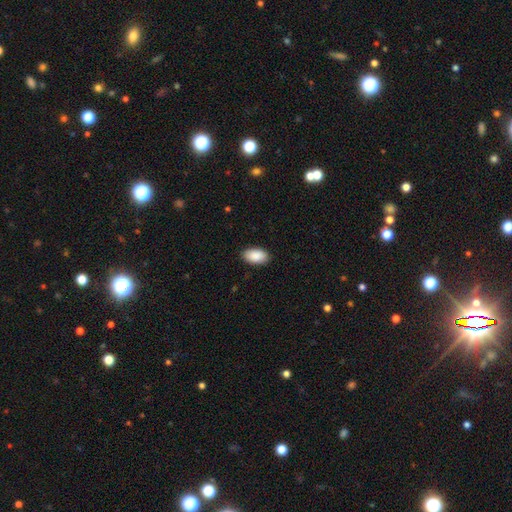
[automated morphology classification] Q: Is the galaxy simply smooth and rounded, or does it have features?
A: smooth — 91%.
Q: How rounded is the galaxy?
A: in between — 95%.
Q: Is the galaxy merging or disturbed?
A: none — 88%.